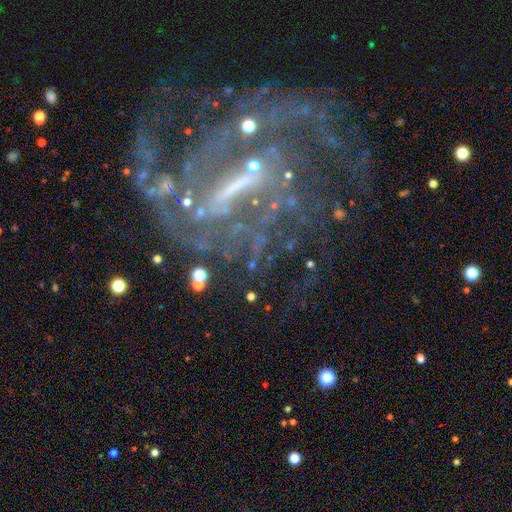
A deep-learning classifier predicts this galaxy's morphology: featured or disk 82%, star or artifact 12%, smooth 6%. Down the decision tree: edge-on disk — no (96%); bar — strong (54%); spiral arms — yes (86%); spiral arm count — can't tell (37%); spiral winding — tight (41%); bulge size — none (40%); merging — none (53%).